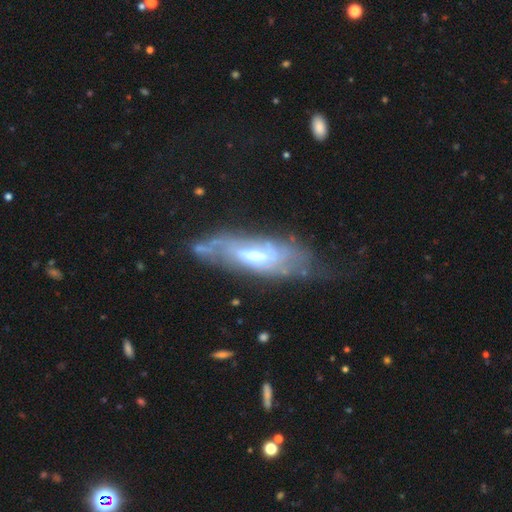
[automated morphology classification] A featured or disk galaxy (71%) with no bar (41%, tied with weak), spiral arms (59%) and a moderate central bulge (59%).

Vote fractions:
- Smooth or featured? featured or disk: 71% / smooth: 22% / star or artifact: 7%
- Edge-on disk? no: 74% / yes: 26%
- Bar? no: 41% (tied) / weak: 41% (tied) / strong: 17%
- Spiral arms? yes: 59% / no: 41%
- Bulge size? moderate: 59% / small: 21% / large: 16% / none: 3% / dominant: 2%
- Merging? none: 51% / minor disturbance: 25% / major disturbance: 20% / merger: 5%